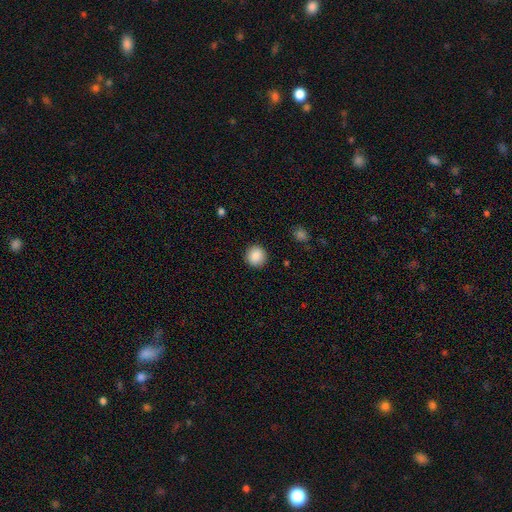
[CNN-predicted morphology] Smooth or featured: smooth — 88% (star or artifact — 8%)
How rounded: round — 94% (in between — 5%)
Merging: none — 92% (minor disturbance — 5%)